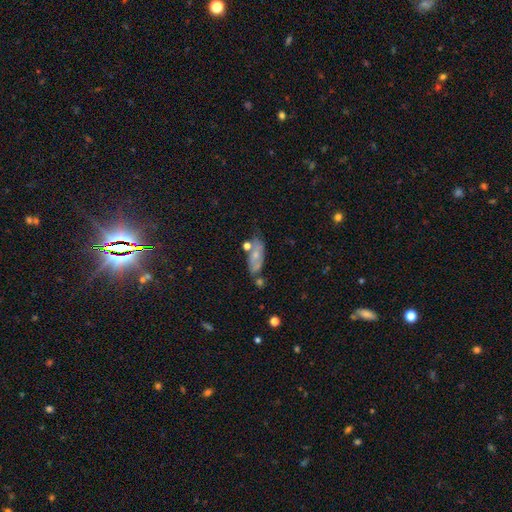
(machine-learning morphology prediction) smooth-or-featured: smooth: 52% | featured or disk: 39% | star or artifact: 9%
  how-rounded: in between: 75% | cigar-shaped: 21% | round: 4%
  merging: none: 56% | minor disturbance: 23% | merger: 14% | major disturbance: 7%